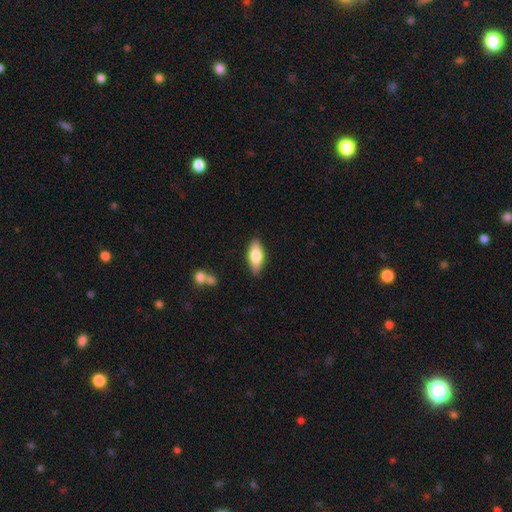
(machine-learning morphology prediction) This is likely a smooth galaxy (70%). How rounded: likely in between (76%). Merging: clearly none (84%).